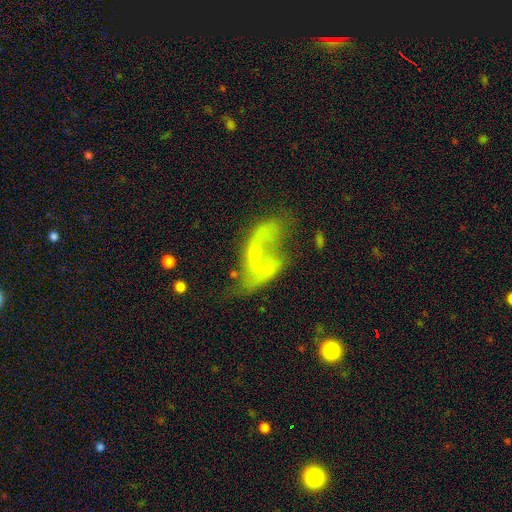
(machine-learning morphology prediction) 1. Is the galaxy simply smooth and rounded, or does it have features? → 67% featured or disk, 18% star or artifact, 16% smooth.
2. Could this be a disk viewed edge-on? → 94% no, 6% yes.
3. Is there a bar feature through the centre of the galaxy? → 61% no, 26% weak, 13% strong.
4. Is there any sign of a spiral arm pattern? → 58% yes, 42% no.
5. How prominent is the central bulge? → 49% none, 40% small, 9% moderate, 1% large, 1% dominant.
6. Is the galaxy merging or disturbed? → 39% none, 31% major disturbance, 17% minor disturbance, 13% merger.